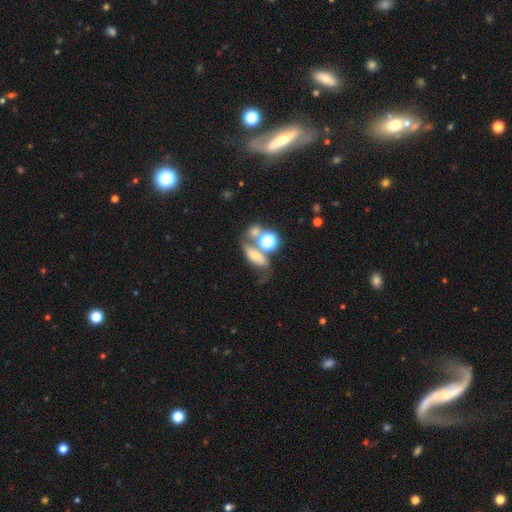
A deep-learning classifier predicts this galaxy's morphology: Overall: smooth (54%; featured or disk 29%). How rounded: in between (61%; round 24%). Merging: none (38%; merger 31%).